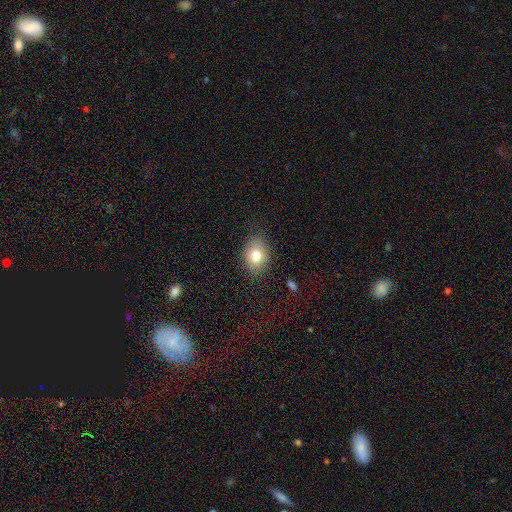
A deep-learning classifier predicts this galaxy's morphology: A smooth galaxy with no disk features (77%) that is in between round and cigar-shaped (69%).

Vote fractions:
- Smooth or featured? smooth: 77% / featured or disk: 13% / star or artifact: 10%
- How rounded? in between: 69% / round: 30% / cigar-shaped: 1%
- Merging? none: 81% / minor disturbance: 14% / major disturbance: 4% / merger: 1%